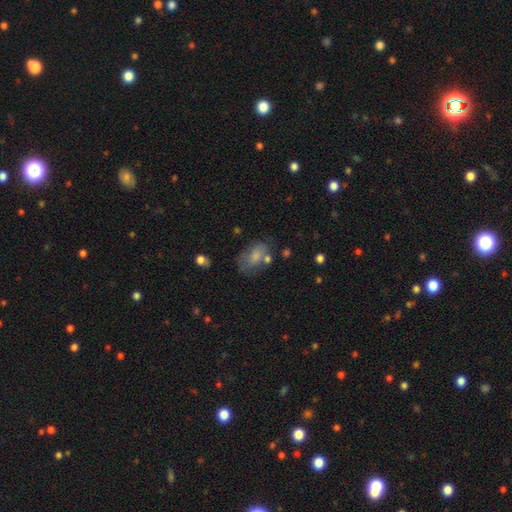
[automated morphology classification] Overall: smooth (70%). How rounded: in between (85%). Merging: none (49%; minor disturbance 25%).